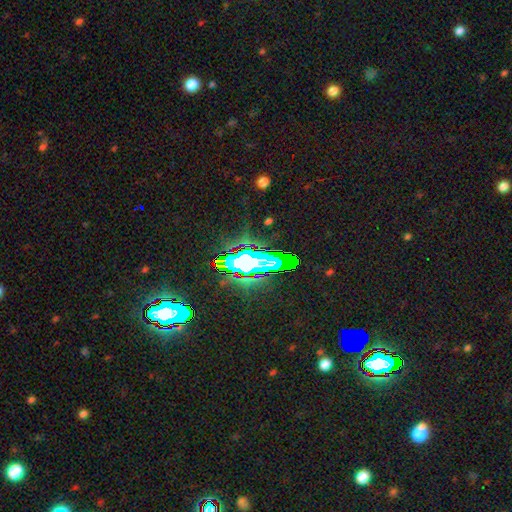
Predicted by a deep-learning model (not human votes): Smooth or featured: star or artifact — 64% (featured or disk — 18%)